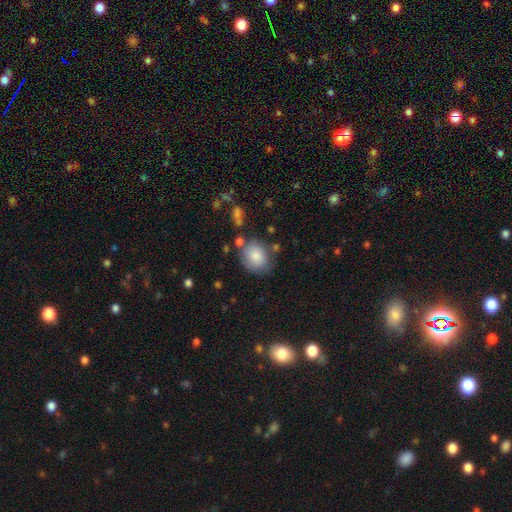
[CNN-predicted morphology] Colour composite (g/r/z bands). It shows a smooth galaxy with no disk features (84%) that is round (59%). Merging: none (70%).